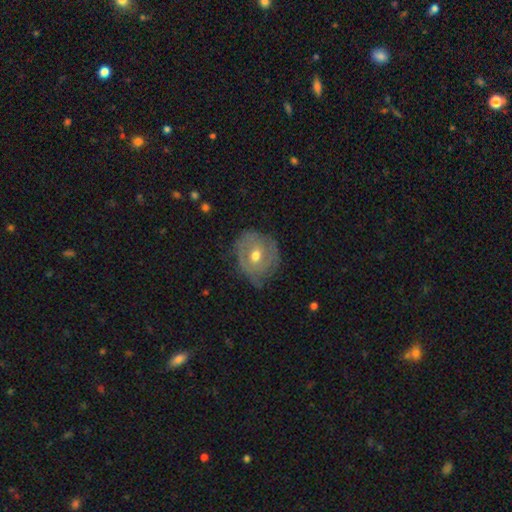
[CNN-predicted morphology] This appears to be a featured or disk galaxy (57%) with no bar (68%), spiral arms (54%) and a moderate central bulge (78%). Merging: none (57%).